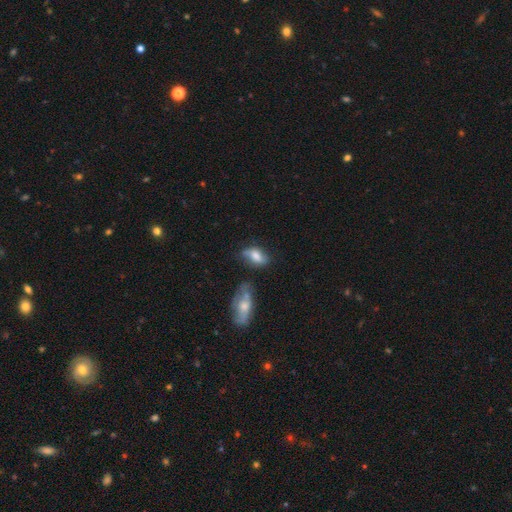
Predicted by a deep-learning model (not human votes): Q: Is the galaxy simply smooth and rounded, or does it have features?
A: smooth — 63%.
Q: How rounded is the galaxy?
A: in between — 86%.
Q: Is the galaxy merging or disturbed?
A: none — 50%.